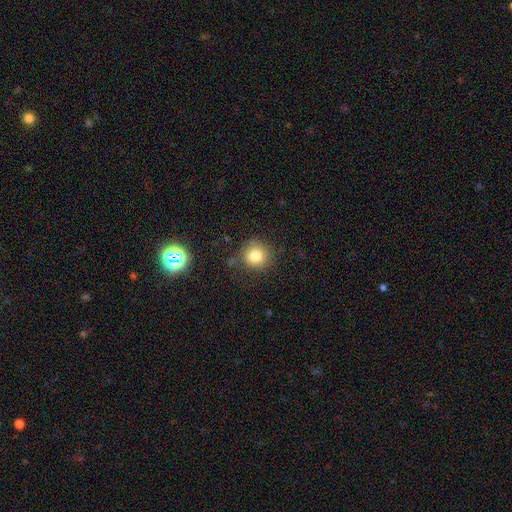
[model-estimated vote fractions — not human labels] A smooth galaxy with no disk features (80%) that is round (89%). Merging: none (77%).